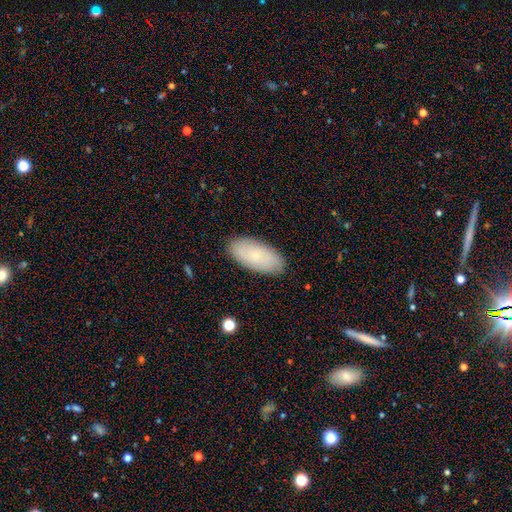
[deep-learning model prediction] The model was most divided on "smooth or featured": smooth: 71%, featured or disk: 23%, star or artifact: 7%. More confident: how rounded — in between (92%); merging — none (87%).